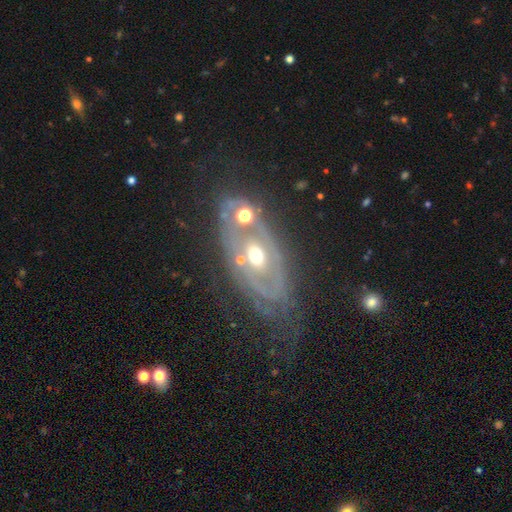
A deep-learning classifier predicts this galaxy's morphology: smooth-or-featured: featured or disk: 69% | smooth: 20% | star or artifact: 10%
  disk-edge-on: no: 90% | yes: 10%
    bar: no: 78% | weak: 16% | strong: 6%
    has-spiral-arms: no: 51% | yes: 49%
    bulge-size: moderate: 66% | small: 21% | large: 9% | dominant: 2% | none: 2%
  merging: none: 55% | minor disturbance: 19% | major disturbance: 14% | merger: 12%